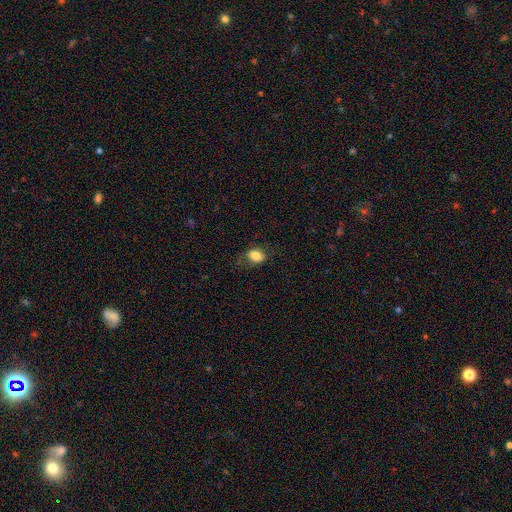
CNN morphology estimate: This appears to be a smooth galaxy with no disk features (83%) that is in between round and cigar-shaped (70%). Merging: none (69%).